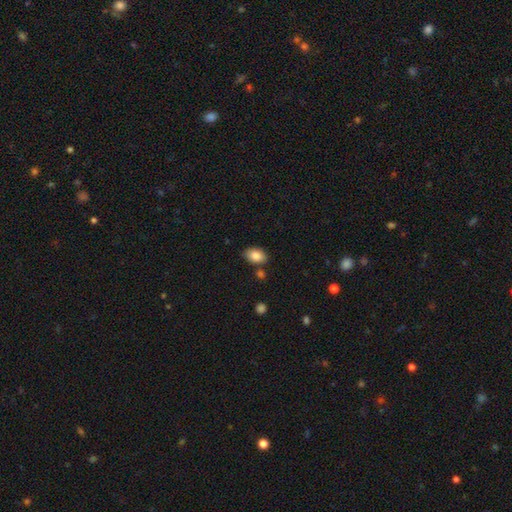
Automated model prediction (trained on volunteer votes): Smooth or featured? smooth (85%)
How rounded? in between (89%)
Merging? none (79%)